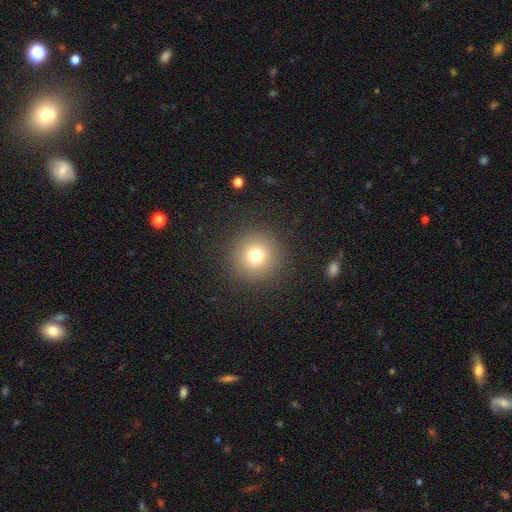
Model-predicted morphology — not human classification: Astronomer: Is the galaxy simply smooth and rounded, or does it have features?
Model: smooth — 75%.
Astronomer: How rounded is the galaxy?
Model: round — 96%.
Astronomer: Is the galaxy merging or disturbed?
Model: none — 90%.